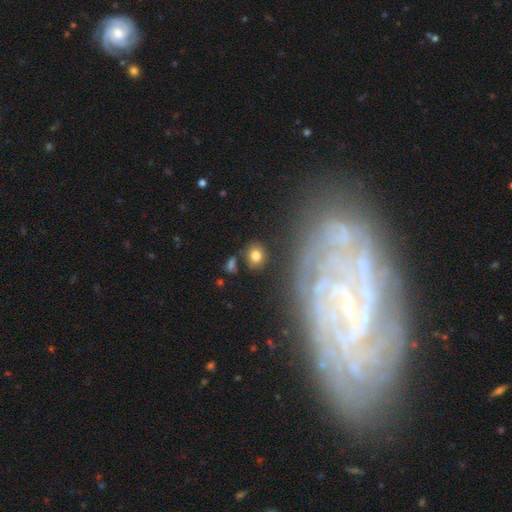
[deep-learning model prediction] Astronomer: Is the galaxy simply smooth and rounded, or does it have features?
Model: smooth — 79%.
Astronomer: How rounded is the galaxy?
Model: round — 77%.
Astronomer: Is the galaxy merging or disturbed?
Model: none — 82%.